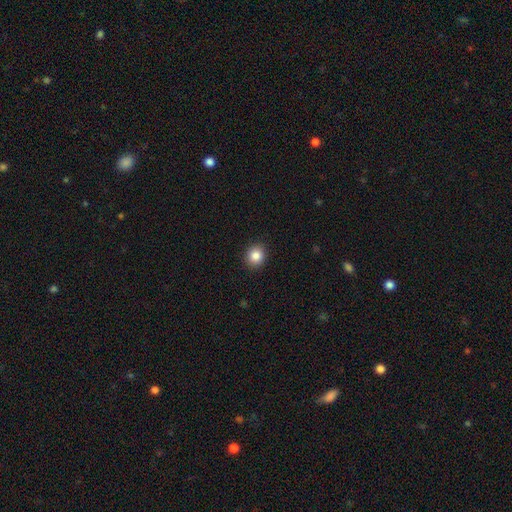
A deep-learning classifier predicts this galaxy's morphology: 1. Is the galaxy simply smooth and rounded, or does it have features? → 86% smooth, 10% star or artifact, 4% featured or disk.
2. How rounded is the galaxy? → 82% round, 17% in between, 1% cigar-shaped.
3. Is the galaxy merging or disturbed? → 91% none, 6% minor disturbance, 2% major disturbance, 1% merger.